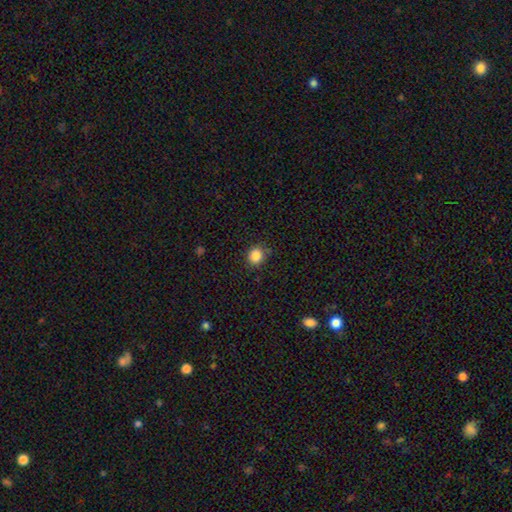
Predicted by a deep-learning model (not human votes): A smooth galaxy with no disk features (85%) that is round (81%). Merging: none (84%).